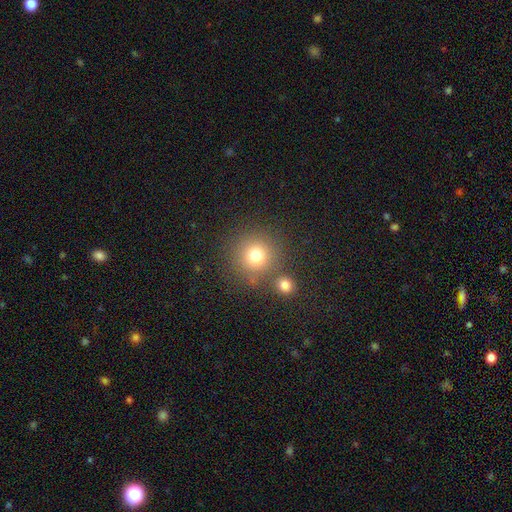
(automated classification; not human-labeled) Overall: smooth (76%). How rounded: round (93%). Merging: none (75%).